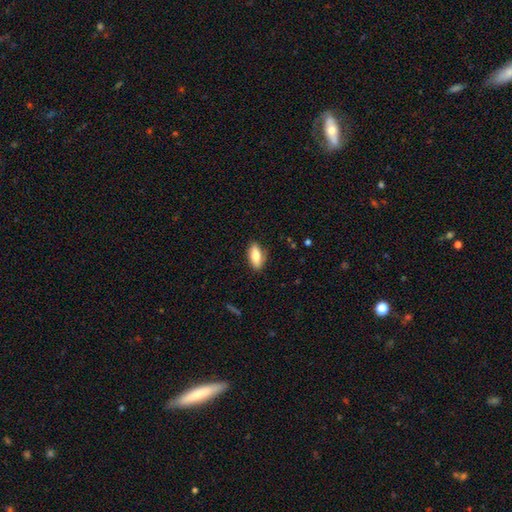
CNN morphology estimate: smooth 79%, featured or disk 14%, star or artifact 7%. Down the decision tree: how rounded — in between (82%); merging — none (82%).